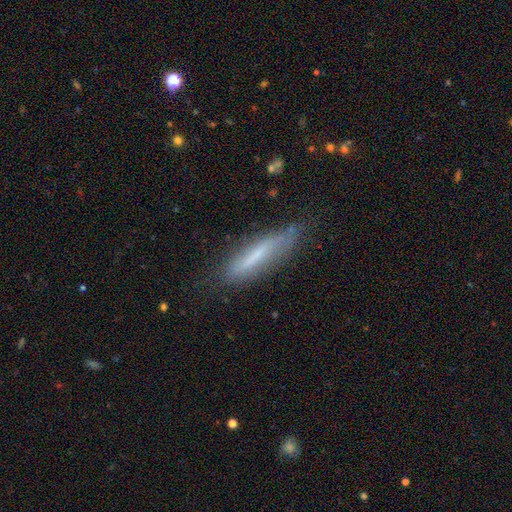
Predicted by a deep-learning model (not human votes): smooth 53%, featured or disk 38%, star or artifact 8%. Down the decision tree: how rounded — cigar-shaped (83%); merging — none (67%).